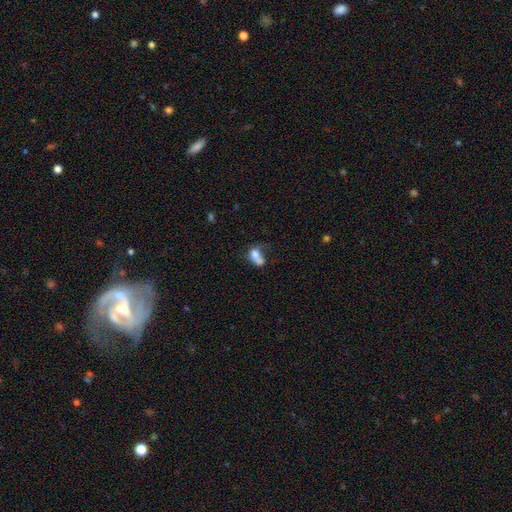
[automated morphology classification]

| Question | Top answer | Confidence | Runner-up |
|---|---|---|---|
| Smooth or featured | smooth | 65% | featured or disk (24%) |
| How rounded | in between | 78% | round (18%) |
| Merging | merger | 33% | major disturbance (30%) |